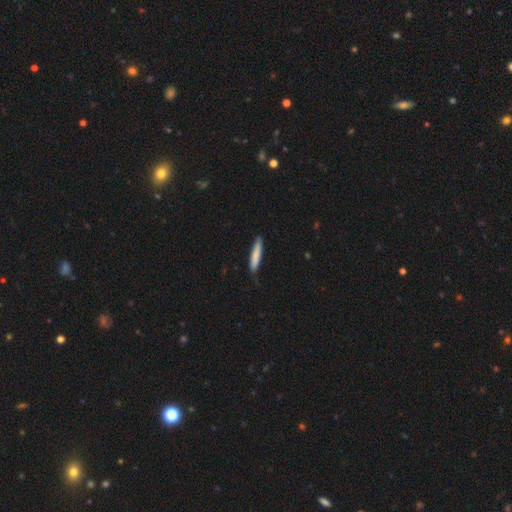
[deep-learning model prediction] Smooth or featured?
  - smooth: 80% *
  - featured or disk: 14%
  - star or artifact: 5%
How rounded?
  - cigar-shaped: 91% *
  - in between: 8%
  - round: 1%
Merging?
  - none: 79% *
  - minor disturbance: 18%
  - major disturbance: 2%
  - merger: 1%